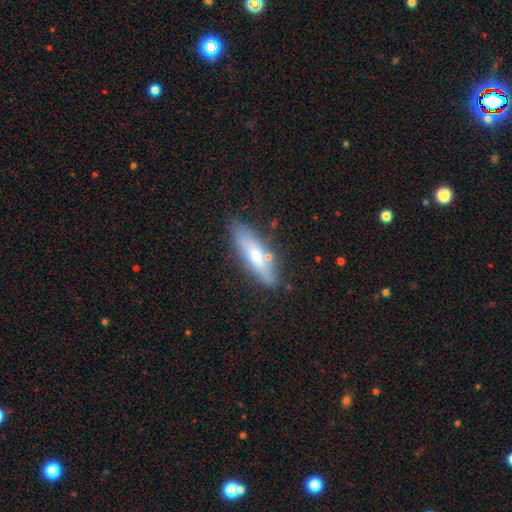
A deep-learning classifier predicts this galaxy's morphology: A smooth galaxy with no disk features (56%) that is cigar-shaped (64%). Merging: none (77%).